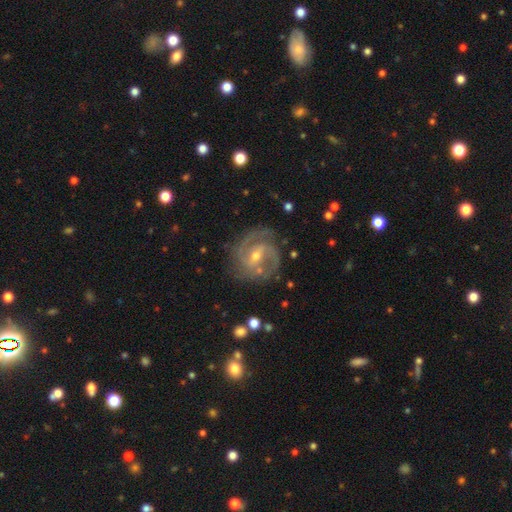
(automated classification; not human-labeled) featured or disk 90%, star or artifact 5%, smooth 5%. Down the decision tree: edge-on disk — no (98%); bar — weak (50%); spiral arms — yes (98%); spiral arm count — 2 (63%); spiral winding — medium (46%); bulge size — small (52%); merging — none (77%).